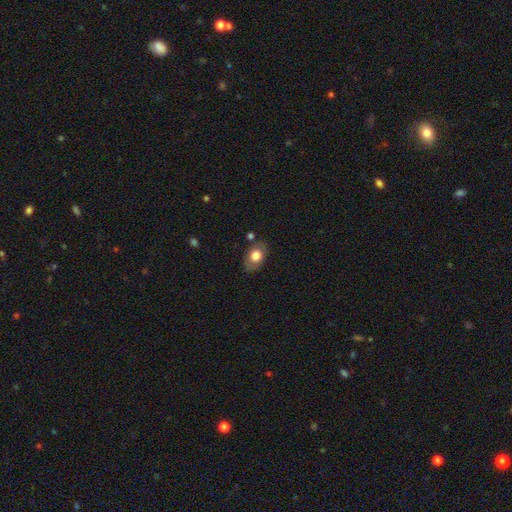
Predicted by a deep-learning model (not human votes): smooth_or_featured: smooth (p=0.68) [alt: featured or disk p=0.25]
how_rounded: in between (p=0.76) [alt: round p=0.22]
merging: none (p=0.75) [alt: minor disturbance p=0.17]